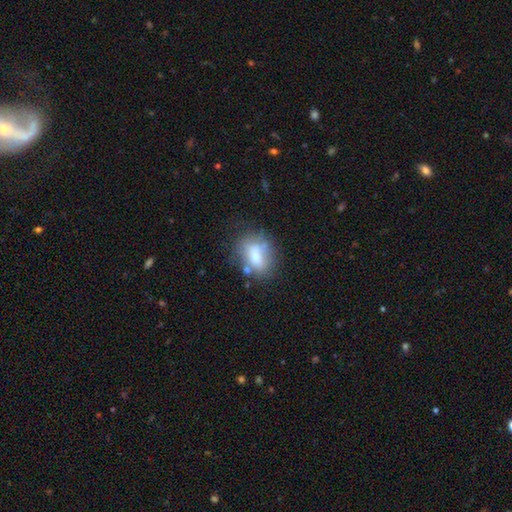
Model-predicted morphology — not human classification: A smooth galaxy with no disk features (63%) that is in between round and cigar-shaped (65%).

Vote fractions:
- Smooth or featured? smooth: 63% / featured or disk: 27% / star or artifact: 9%
- How rounded? in between: 65% / round: 32% / cigar-shaped: 3%
- Merging? none: 57% / minor disturbance: 22% / merger: 12% / major disturbance: 10%